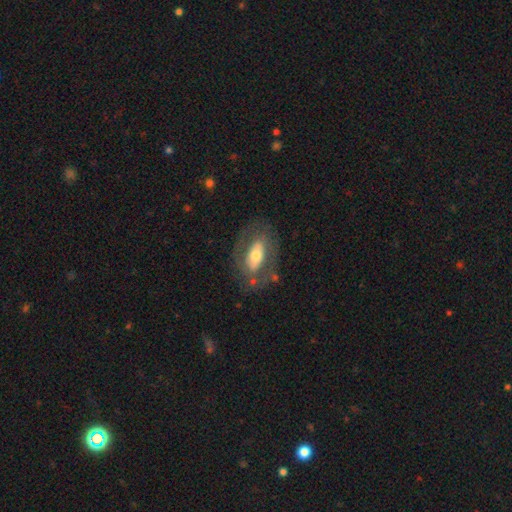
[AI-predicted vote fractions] Smooth or featured? featured or disk (52%)
Edge-on disk? no (86%)
Merging? none (70%)